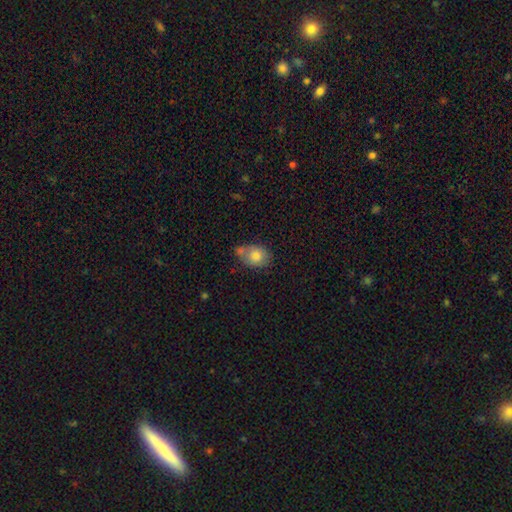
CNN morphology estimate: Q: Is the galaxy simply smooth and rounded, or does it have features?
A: smooth — 78%.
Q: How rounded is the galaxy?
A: in between — 62%.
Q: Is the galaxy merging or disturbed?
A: none — 46%.